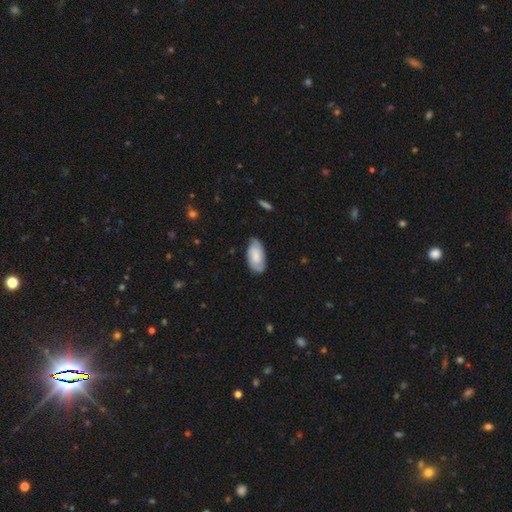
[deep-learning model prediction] smooth_or_featured: smooth (p=0.57) [alt: featured or disk p=0.37]
how_rounded: in between (p=0.93) [alt: cigar-shaped p=0.04]
merging: none (p=0.74) [alt: minor disturbance p=0.20]